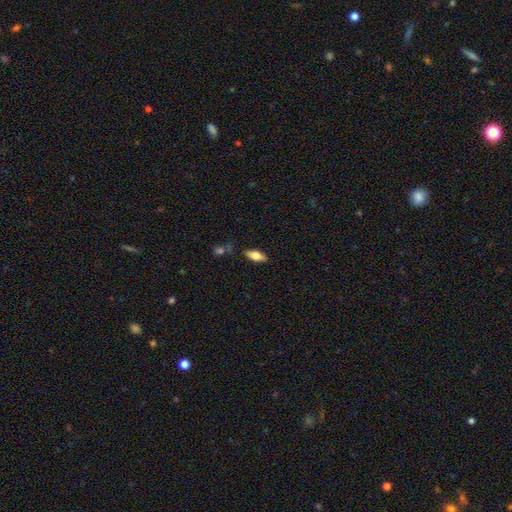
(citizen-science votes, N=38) A smooth galaxy with no disk features (61%) that is in between round and cigar-shaped (78%).

Vote fractions:
- Smooth or featured? smooth: 61% / featured or disk: 34% / star or artifact: 5%
- How rounded? in between: 78% / cigar-shaped: 22% / round: 0%
- Merging? none: 92% / minor disturbance: 6% / major disturbance: 3% / merger: 0%